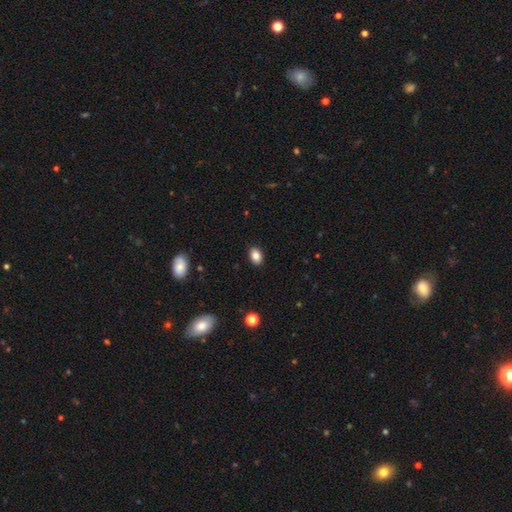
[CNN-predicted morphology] Smooth or featured: smooth — 84% (star or artifact — 9%)
How rounded: in between — 80% (round — 19%)
Merging: none — 88% (minor disturbance — 9%)